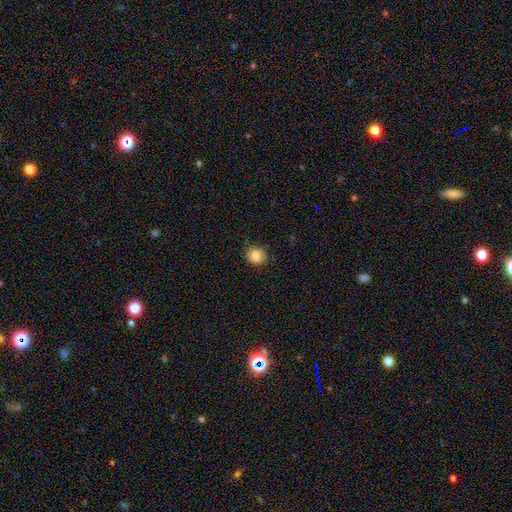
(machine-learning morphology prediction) Smooth or featured?
  - smooth: 82% *
  - star or artifact: 10%
  - featured or disk: 9%
How rounded?
  - round: 75% *
  - in between: 24%
  - cigar-shaped: 1%
Merging?
  - none: 79% *
  - minor disturbance: 16%
  - major disturbance: 4%
  - merger: 1%